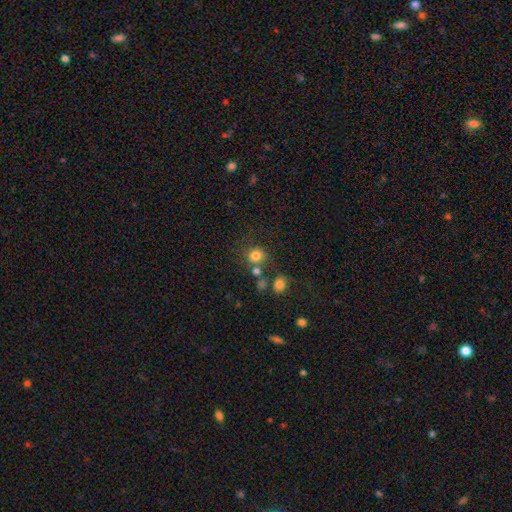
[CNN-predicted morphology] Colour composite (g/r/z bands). It shows a smooth galaxy with no disk features (78%) that is round (85%). Merging: none (67%).